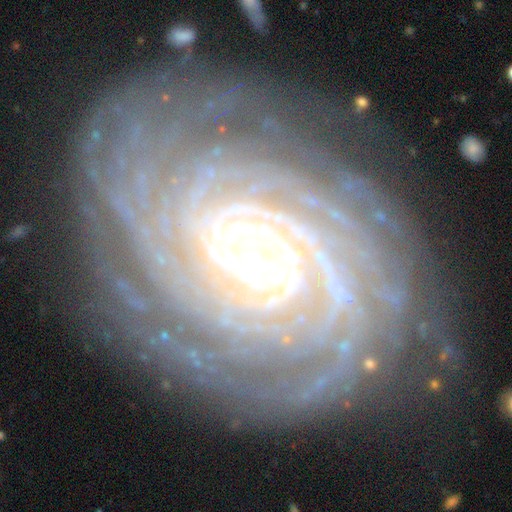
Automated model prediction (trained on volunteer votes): Smooth or featured? featured or disk (91%)
Edge-on disk? no (97%)
Bar? no (54%)
Spiral arms? yes (99%)
Spiral winding? tight (89%)
Spiral arm count? more than 4 (31%)
Bulge size? small (57%)
Merging? none (83%)